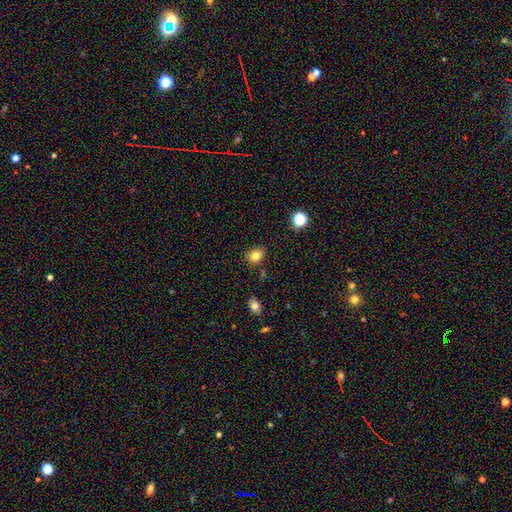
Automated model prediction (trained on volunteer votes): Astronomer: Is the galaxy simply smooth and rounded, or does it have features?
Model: smooth — 81%.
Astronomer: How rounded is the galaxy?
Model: round — 62% (runner-up: in between, 37%).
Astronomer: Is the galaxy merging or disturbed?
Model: none — 86%.